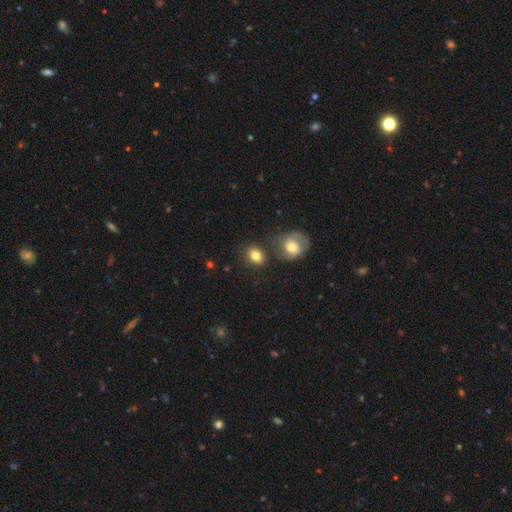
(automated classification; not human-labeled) Smooth or featured?
  - smooth: 81% *
  - featured or disk: 10%
  - star or artifact: 9%
How rounded?
  - in between: 55% *
  - round: 44%
  - cigar-shaped: 1%
Merging?
  - none: 67% *
  - merger: 16%
  - minor disturbance: 13%
  - major disturbance: 5%